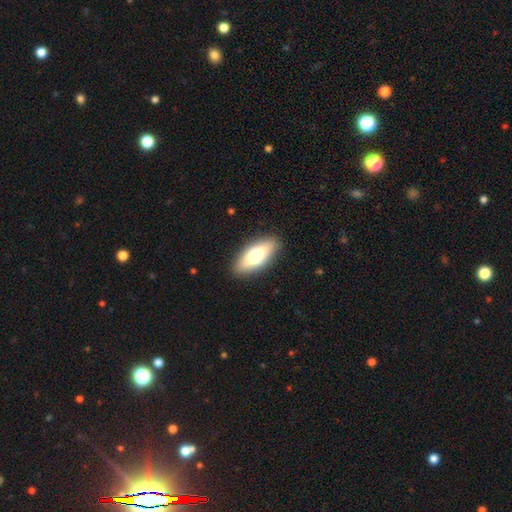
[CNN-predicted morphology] A smooth galaxy with no disk features (66%) that is in between round and cigar-shaped (76%). Merging: none (89%).